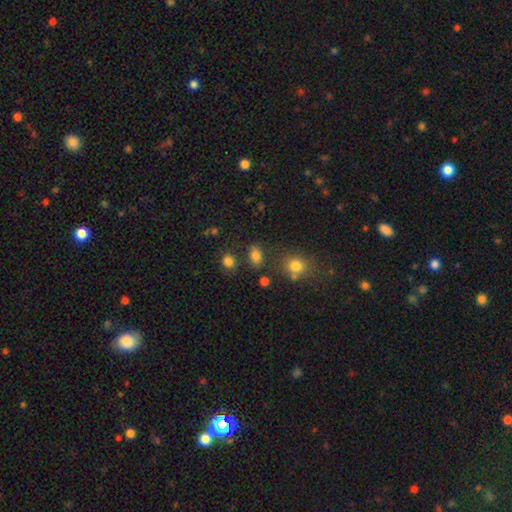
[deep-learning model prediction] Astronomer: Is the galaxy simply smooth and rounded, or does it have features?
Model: smooth — 79%.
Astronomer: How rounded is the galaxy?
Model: in between — 77%.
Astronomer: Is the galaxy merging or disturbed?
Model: none — 74%.